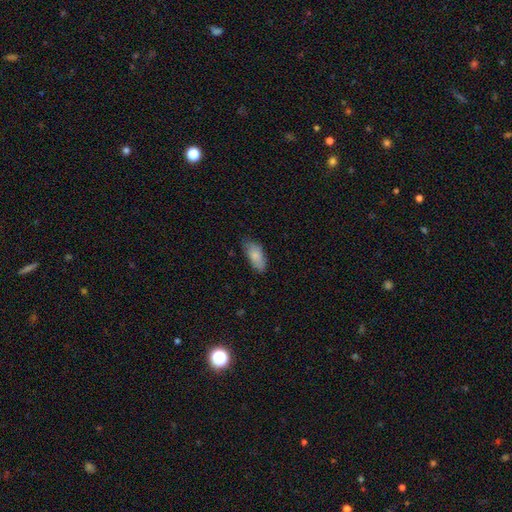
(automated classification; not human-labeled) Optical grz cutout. It shows a smooth galaxy with no disk features (83%) that is in between round and cigar-shaped (87%). Merging: none (69%).